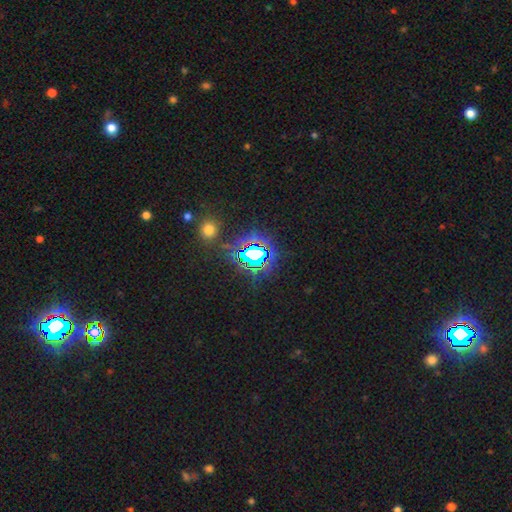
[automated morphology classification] star or artifact 76%, smooth 14%, featured or disk 9%.